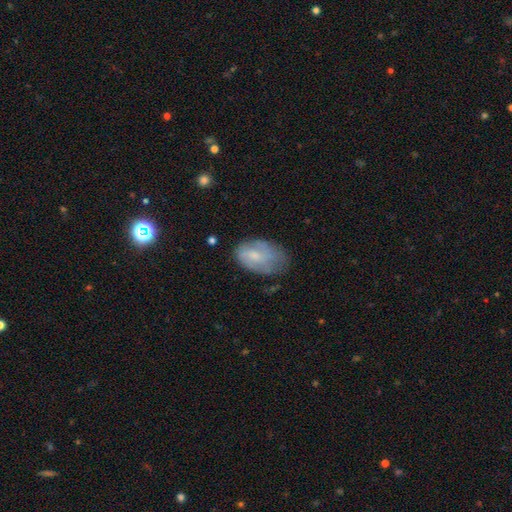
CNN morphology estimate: type=smooth (58%); roundness=in between (91%); merging=none (50%).